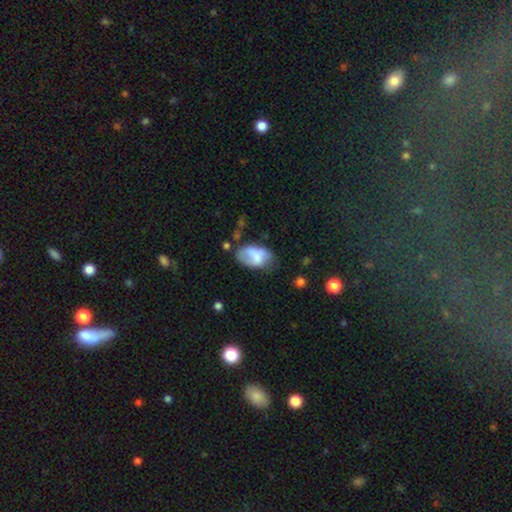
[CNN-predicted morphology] Smooth or featured?
  - smooth: 64% *
  - featured or disk: 28%
  - star or artifact: 8%
How rounded?
  - in between: 90% *
  - round: 8%
  - cigar-shaped: 2%
Merging?
  - none: 43% *
  - minor disturbance: 32%
  - major disturbance: 17%
  - merger: 8%